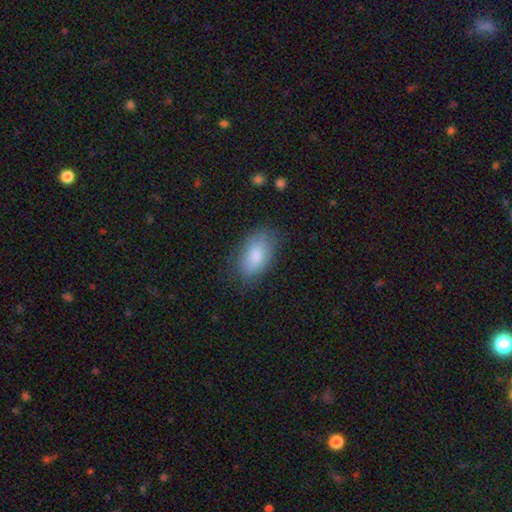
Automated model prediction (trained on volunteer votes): Smooth or featured? smooth (82%)
How rounded? in between (93%)
Merging? none (75%)